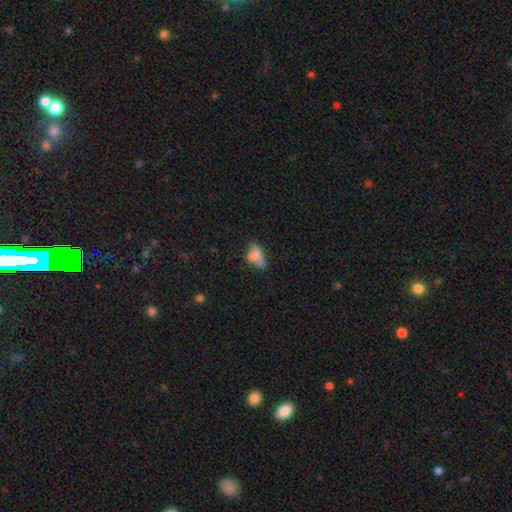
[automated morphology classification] Q: Smooth or featured?
A: smooth (74%); runner-up: featured or disk (15%)
Q: How rounded?
A: in between (87%); runner-up: round (7%)
Q: Merging?
A: none (43%); runner-up: minor disturbance (34%)